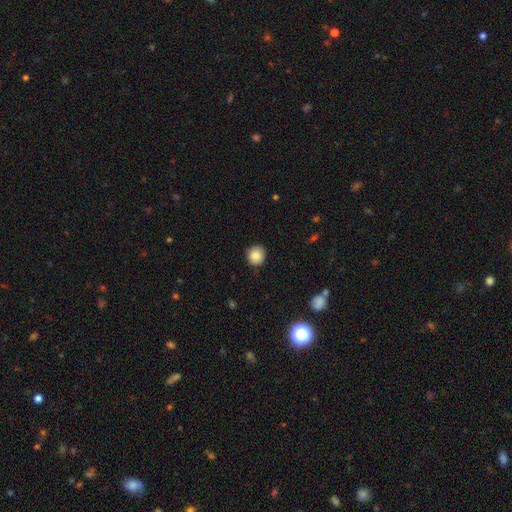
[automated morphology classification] Q: Smooth or featured?
A: smooth (86%); runner-up: star or artifact (9%)
Q: How rounded?
A: round (90%); runner-up: in between (9%)
Q: Merging?
A: none (88%); runner-up: minor disturbance (9%)